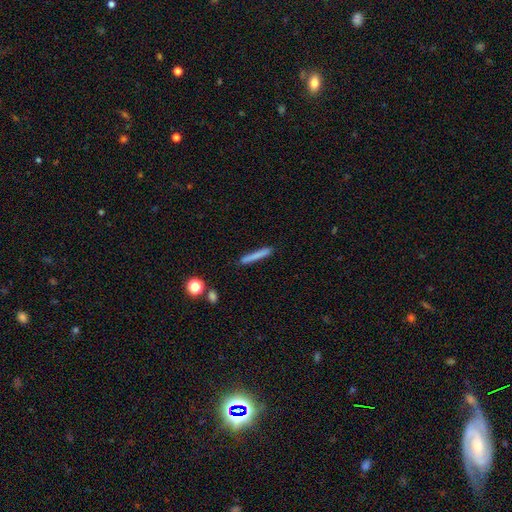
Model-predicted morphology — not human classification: This is likely a smooth galaxy (75%). How rounded: clearly cigar-shaped (95%). Merging: clearly none (86%).